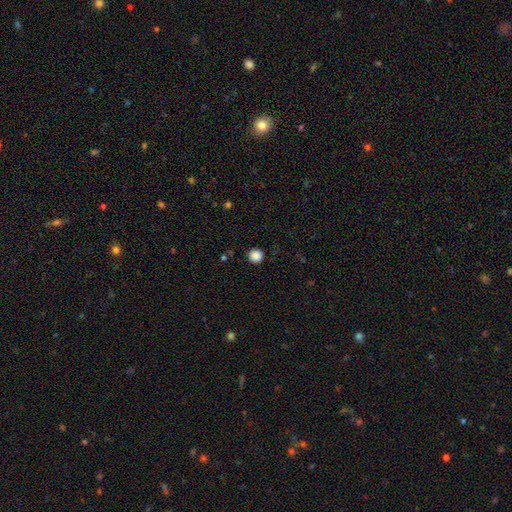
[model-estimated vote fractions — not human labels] The model was most divided on "smooth or featured": smooth: 87%, star or artifact: 11%, featured or disk: 3%. More confident: how rounded — round (95%); merging — none (91%).